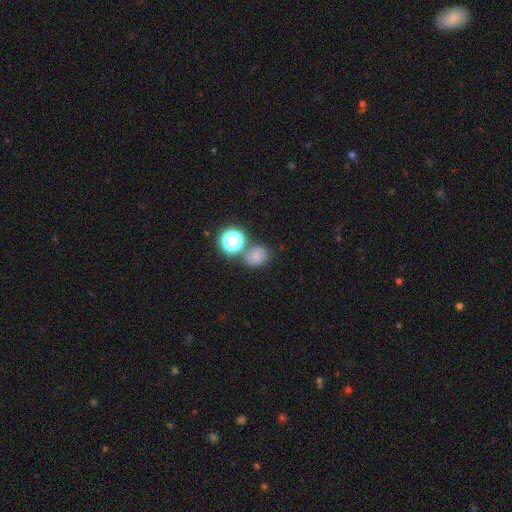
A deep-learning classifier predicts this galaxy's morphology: Q: Smooth or featured?
A: smooth (64%); runner-up: star or artifact (21%)
Q: How rounded?
A: round (59%); runner-up: in between (40%)
Q: Merging?
A: none (60%); runner-up: merger (18%)